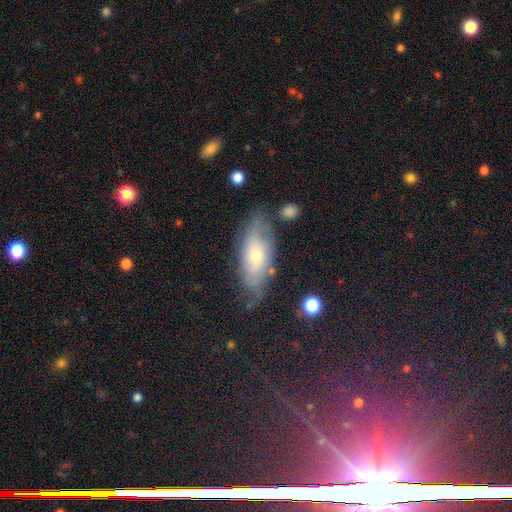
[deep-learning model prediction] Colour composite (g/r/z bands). It shows a featured or disk galaxy (50%). Merging: none (64%).